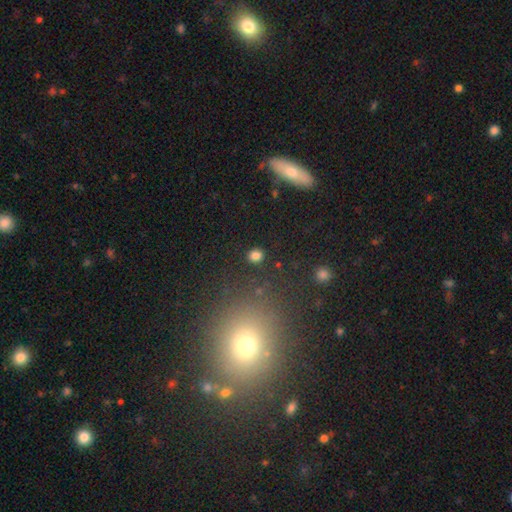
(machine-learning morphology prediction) Q: Smooth or featured?
A: smooth (82%); runner-up: star or artifact (14%)
Q: How rounded?
A: round (79%); runner-up: in between (20%)
Q: Merging?
A: none (89%); runner-up: minor disturbance (6%)